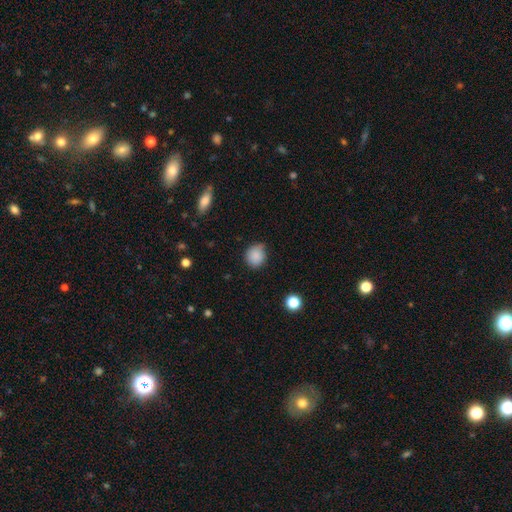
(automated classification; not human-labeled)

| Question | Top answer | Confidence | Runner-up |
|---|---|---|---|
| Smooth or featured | smooth | 86% | star or artifact (9%) |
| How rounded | round | 79% | in between (20%) |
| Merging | none | 67% | minor disturbance (27%) |